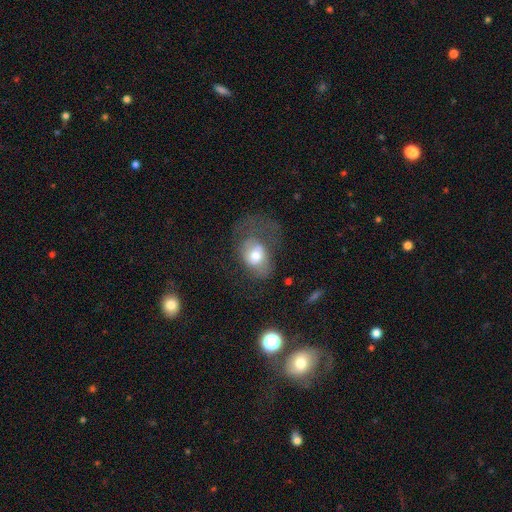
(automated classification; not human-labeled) Overall: smooth (59%; featured or disk 32%). How rounded: in between (69%; round 30%). Merging: major disturbance (50%; none 26%).